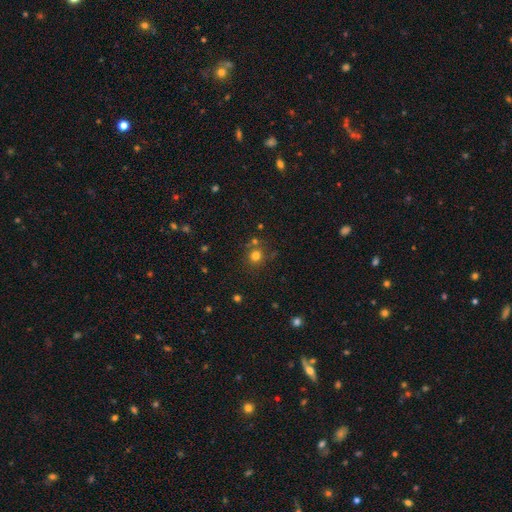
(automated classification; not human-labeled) The model was most divided on "smooth or featured": smooth: 75%, star or artifact: 17%, featured or disk: 7%. More confident: how rounded — round (88%); merging — none (73%).